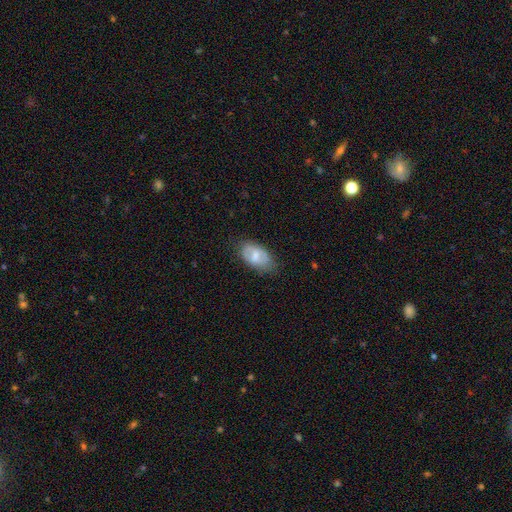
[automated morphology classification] smooth_or_featured: smooth (p=0.53) [alt: featured or disk p=0.40]
how_rounded: in between (p=0.92) [alt: round p=0.06]
merging: none (p=0.70) [alt: minor disturbance p=0.22]